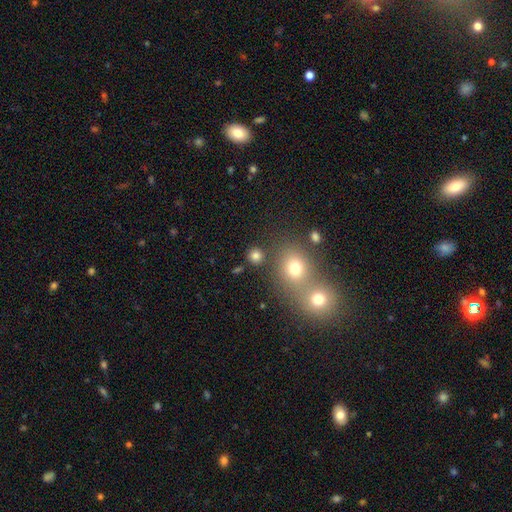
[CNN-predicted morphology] Smooth or featured? Predicted: smooth (p=0.79). How rounded? Predicted: round (p=0.86). Merging? Predicted: none (p=0.76).